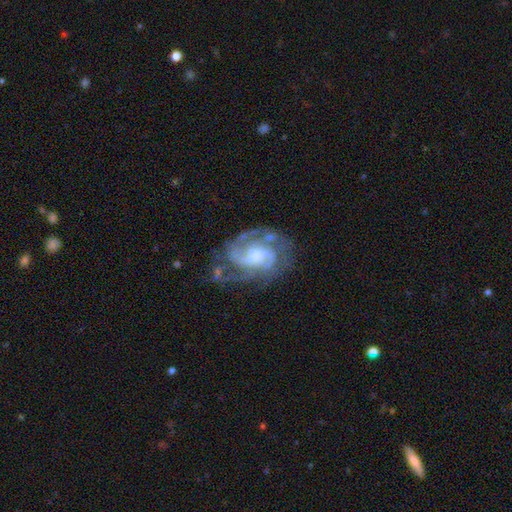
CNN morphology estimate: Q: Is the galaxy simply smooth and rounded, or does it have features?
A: featured or disk — 89%.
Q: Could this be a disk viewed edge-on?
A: no — 98%.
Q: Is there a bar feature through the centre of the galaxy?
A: no — 48%.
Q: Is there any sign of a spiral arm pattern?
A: yes — 97%.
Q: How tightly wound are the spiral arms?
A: tight — 45%, tied with medium.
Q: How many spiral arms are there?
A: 2 — 43%.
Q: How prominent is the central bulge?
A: moderate — 47%.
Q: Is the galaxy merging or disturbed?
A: none — 62%.